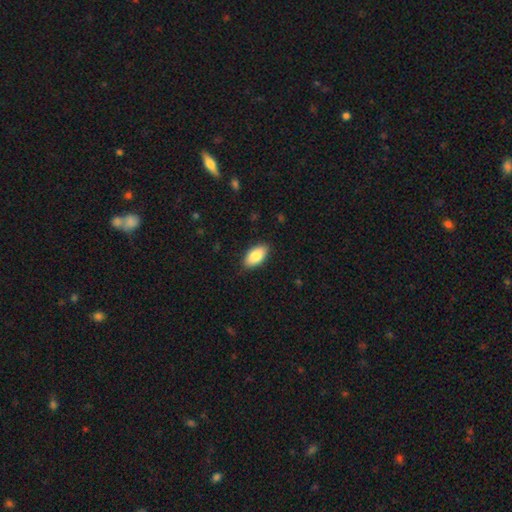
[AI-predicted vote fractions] This is clearly a smooth galaxy (85%). How rounded: clearly in between (94%). Merging: clearly none (87%).